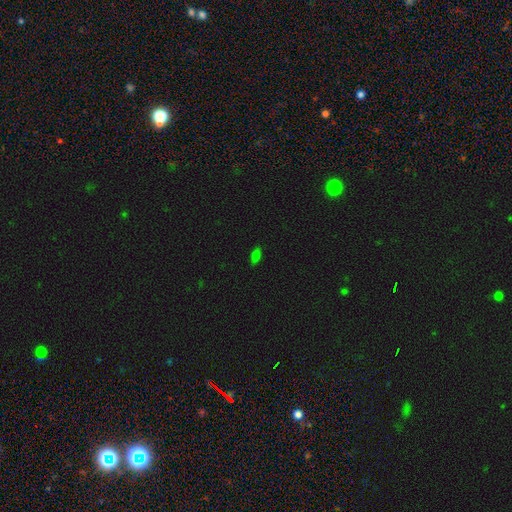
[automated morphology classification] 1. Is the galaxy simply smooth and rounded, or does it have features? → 68% smooth, 21% star or artifact, 10% featured or disk.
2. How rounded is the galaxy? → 81% in between, 12% cigar-shaped, 6% round.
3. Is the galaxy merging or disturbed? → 86% none, 11% minor disturbance, 2% major disturbance, 1% merger.